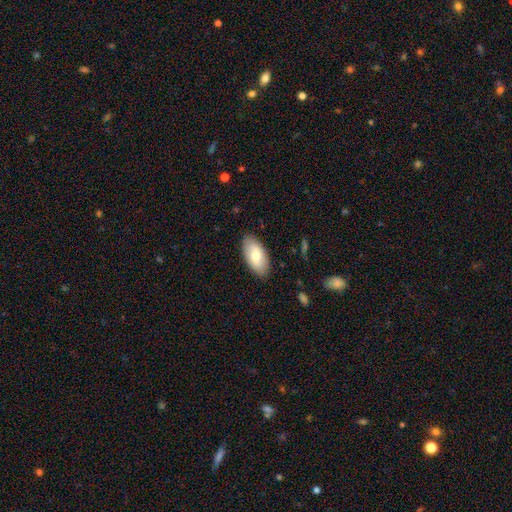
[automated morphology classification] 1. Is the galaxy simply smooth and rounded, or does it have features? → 71% smooth, 23% featured or disk, 6% star or artifact.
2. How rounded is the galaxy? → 94% in between, 4% cigar-shaped, 3% round.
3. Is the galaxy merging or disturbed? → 87% none, 10% minor disturbance, 2% major disturbance, 1% merger.